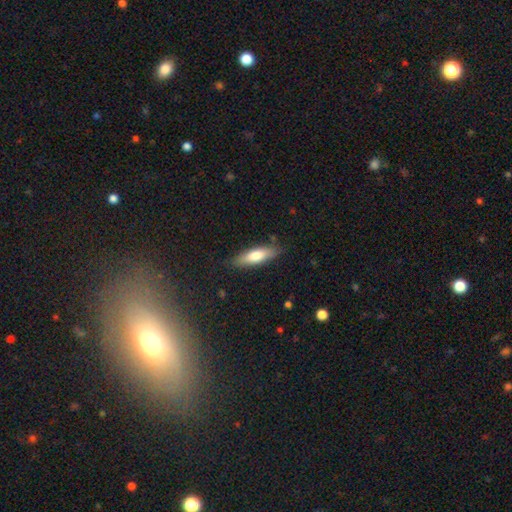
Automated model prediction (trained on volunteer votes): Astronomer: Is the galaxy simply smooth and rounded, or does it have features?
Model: smooth — 73%.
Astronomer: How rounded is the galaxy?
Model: cigar-shaped — 55% (runner-up: in between, 43%).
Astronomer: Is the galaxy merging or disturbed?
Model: none — 84%.